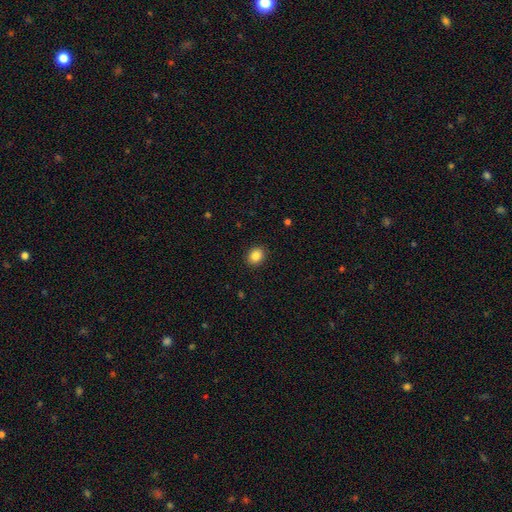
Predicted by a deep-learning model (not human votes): Overall: smooth (86%). How rounded: round (56%; in between 43%). Merging: none (91%).